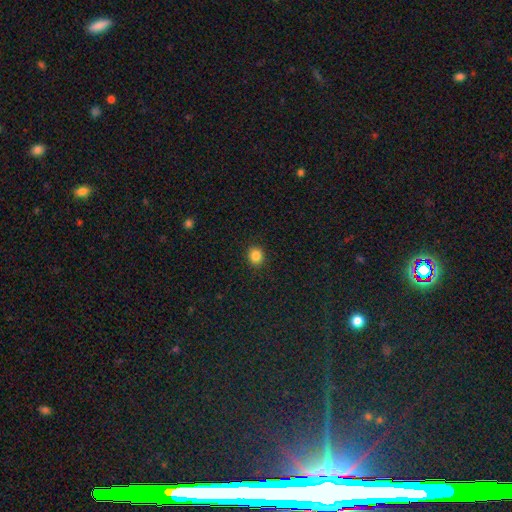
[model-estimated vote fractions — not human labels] Smooth or featured? Predicted: smooth (p=0.85). How rounded? Predicted: round (p=0.78). Merging? Predicted: none (p=0.91).